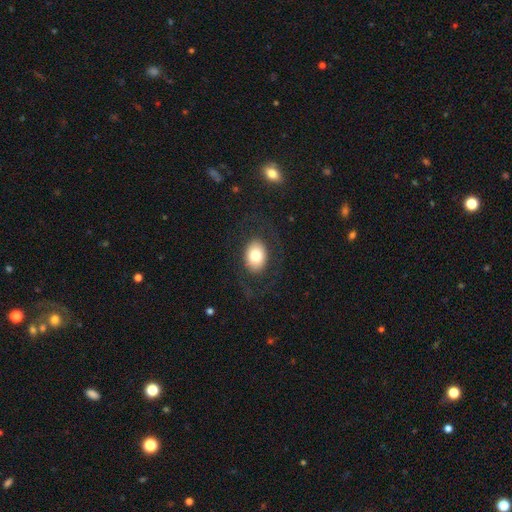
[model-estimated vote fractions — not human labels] Smooth or featured: smooth — 73% (featured or disk — 20%)
How rounded: in between — 76% (round — 22%)
Merging: none — 79% (minor disturbance — 11%)